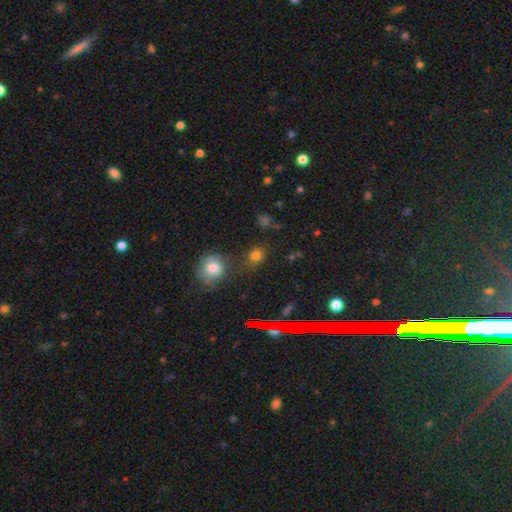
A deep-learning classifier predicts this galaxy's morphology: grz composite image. It shows a smooth galaxy with no disk features (73%) that is round (56%). Merging: none (74%).